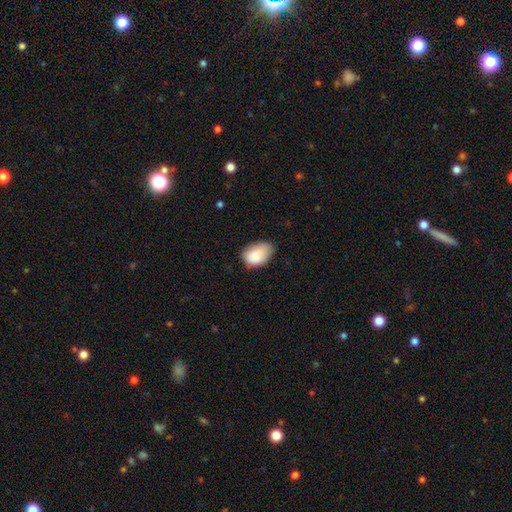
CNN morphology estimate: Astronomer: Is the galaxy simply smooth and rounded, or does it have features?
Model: smooth — 87%.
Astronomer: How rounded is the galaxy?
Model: in between — 85%.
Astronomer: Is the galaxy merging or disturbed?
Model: none — 55% (runner-up: minor disturbance, 36%).